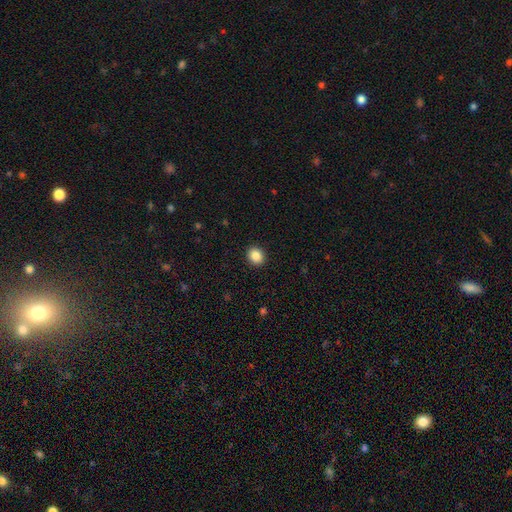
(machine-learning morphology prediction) smooth-or-featured: smooth: 86% | star or artifact: 10% | featured or disk: 4%
  how-rounded: round: 70% | in between: 29% | cigar-shaped: 1%
  merging: none: 92% | minor disturbance: 5% | major disturbance: 2% | merger: 1%